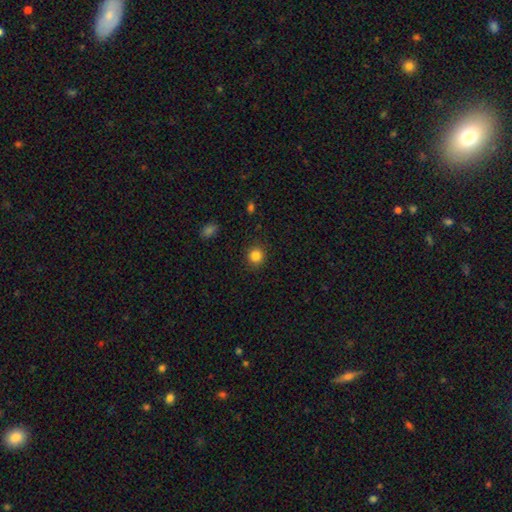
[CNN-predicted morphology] A smooth galaxy with no disk features (85%) that is round (90%).

Vote fractions:
- Smooth or featured? smooth: 85% / star or artifact: 11% / featured or disk: 4%
- How rounded? round: 90% / in between: 10% / cigar-shaped: 1%
- Merging? none: 90% / minor disturbance: 7% / major disturbance: 2% / merger: 1%